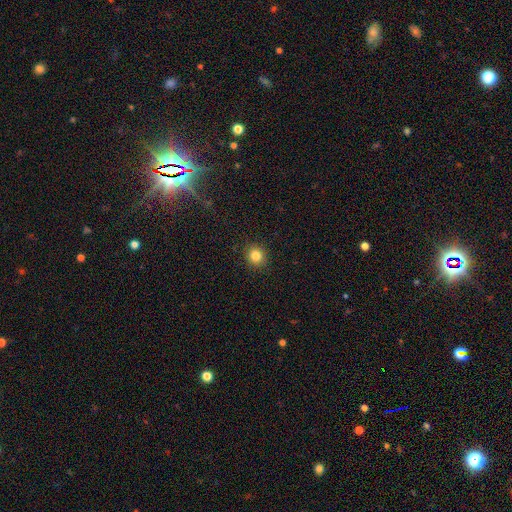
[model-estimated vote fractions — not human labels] A smooth galaxy with no disk features (83%) that is round (87%).

Vote fractions:
- Smooth or featured? smooth: 83% / star or artifact: 12% / featured or disk: 5%
- How rounded? round: 87% / in between: 12% / cigar-shaped: 1%
- Merging? none: 91% / minor disturbance: 6% / major disturbance: 2% / merger: 1%